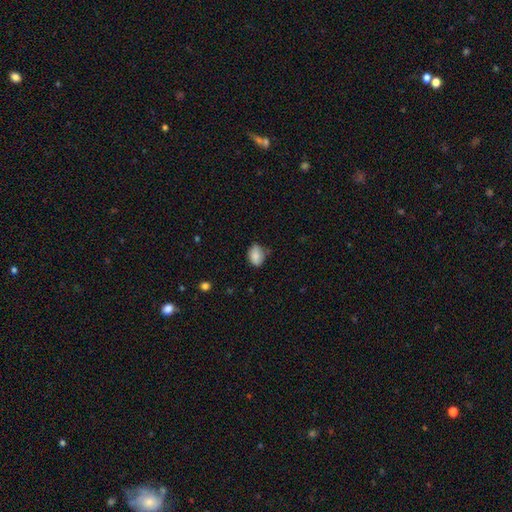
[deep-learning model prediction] A smooth galaxy with no disk features (84%) that is in between round and cigar-shaped (75%). Merging: none (63%).